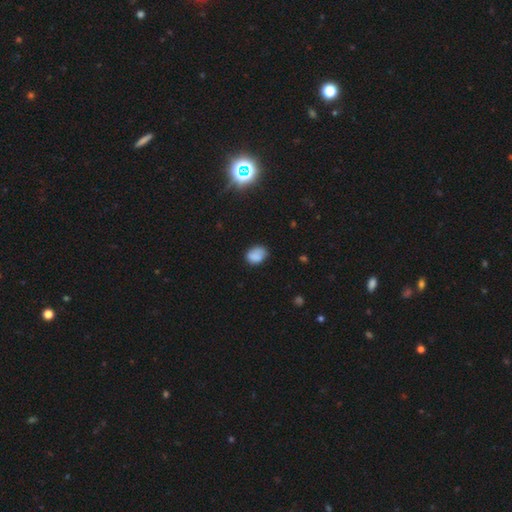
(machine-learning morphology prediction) This is clearly a smooth galaxy (81%). How rounded: likely in between (68%). Merging: likely none (67%).